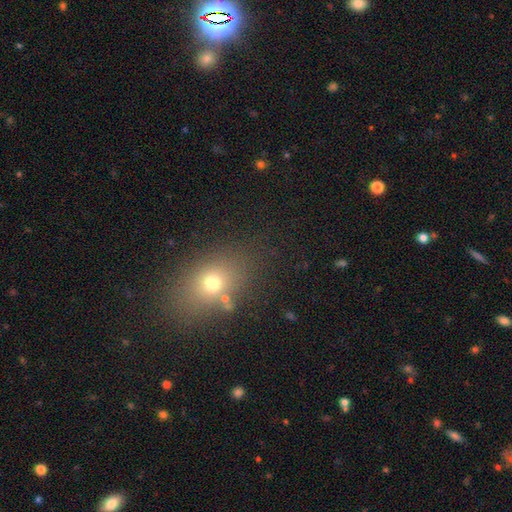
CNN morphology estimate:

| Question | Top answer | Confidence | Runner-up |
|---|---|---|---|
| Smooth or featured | smooth | 58% | star or artifact (29%) |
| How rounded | in between | 63% | round (34%) |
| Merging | none | 79% | minor disturbance (10%) |